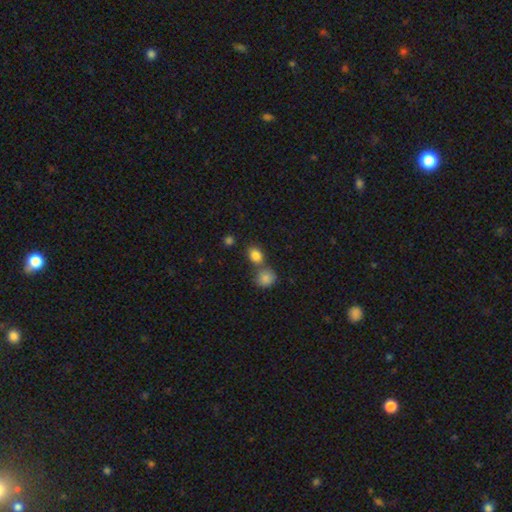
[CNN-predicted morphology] smooth-or-featured: smooth: 84% | star or artifact: 10% | featured or disk: 6%
  how-rounded: in between: 56% | round: 42% | cigar-shaped: 1%
  merging: none: 55% | merger: 31% | minor disturbance: 10% | major disturbance: 4%